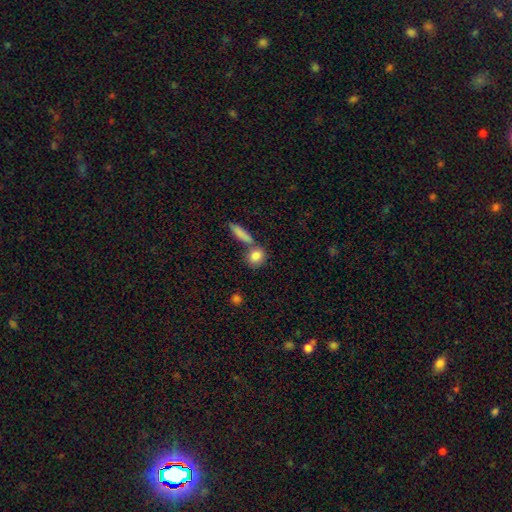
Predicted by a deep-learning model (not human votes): smooth 84%, featured or disk 8%, star or artifact 8%. Down the decision tree: how rounded — round (46%); merging — none (55%).